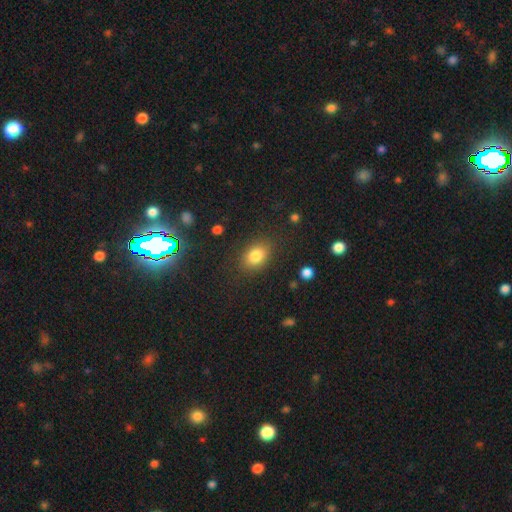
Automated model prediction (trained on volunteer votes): Smooth or featured? Predicted: smooth (p=0.81). How rounded? Predicted: in between (p=0.72). Merging? Predicted: none (p=0.82).